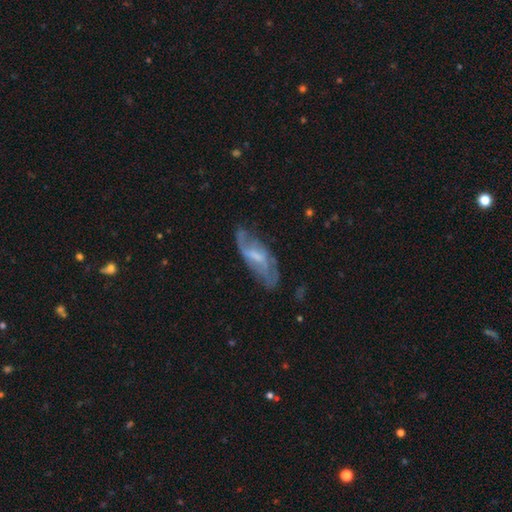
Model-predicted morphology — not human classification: A featured or disk galaxy (70%) with a weak bar (53%), spiral arms (83%) and a small central bulge (40%).

Vote fractions:
- Smooth or featured? featured or disk: 70% / smooth: 22% / star or artifact: 7%
- Edge-on disk? no: 85% / yes: 15%
- Bar? weak: 53% / no: 29% / strong: 19%
- Spiral arms? yes: 83% / no: 17%
- Bulge size? small: 40% / moderate: 35% / none: 20% / large: 4% / dominant: 1%
- Merging? none: 62% / minor disturbance: 24% / major disturbance: 12% / merger: 2%